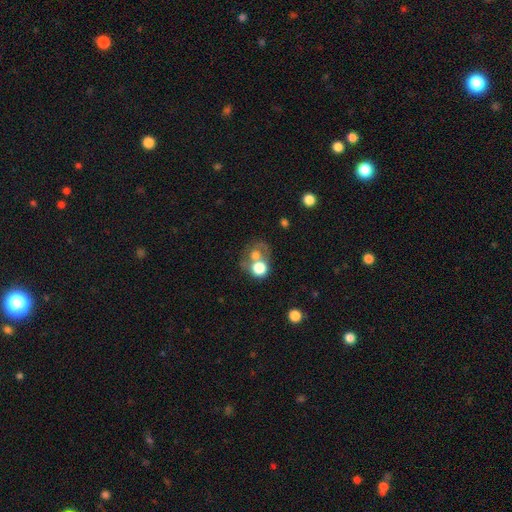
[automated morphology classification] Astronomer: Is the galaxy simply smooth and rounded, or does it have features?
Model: smooth — 59%.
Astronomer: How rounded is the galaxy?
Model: round — 69%.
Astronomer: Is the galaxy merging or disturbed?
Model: merger — 51% (runner-up: none, 28%).